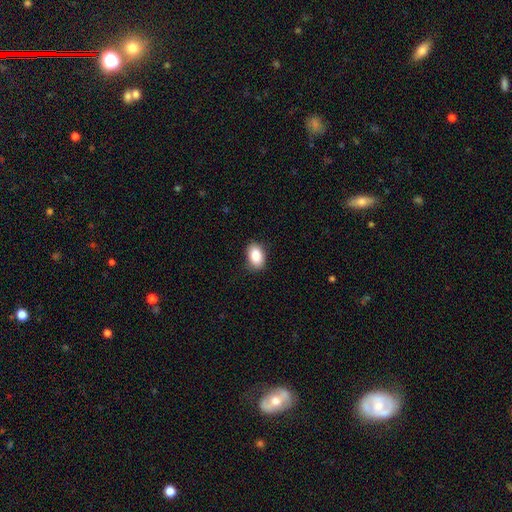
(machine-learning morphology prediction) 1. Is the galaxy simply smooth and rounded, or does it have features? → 89% smooth, 7% star or artifact, 4% featured or disk.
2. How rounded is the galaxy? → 87% in between, 12% round, 1% cigar-shaped.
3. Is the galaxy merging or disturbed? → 84% none, 12% minor disturbance, 3% major disturbance, 1% merger.